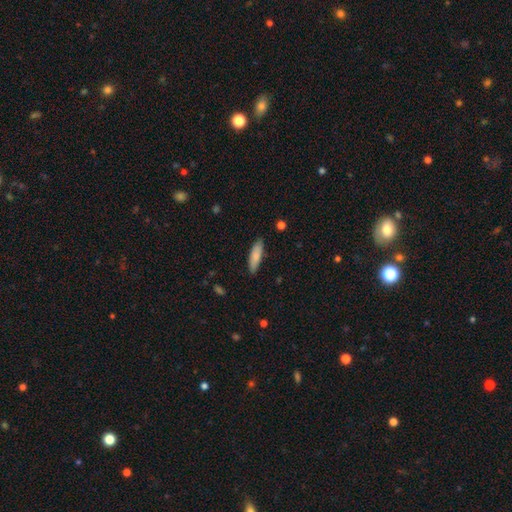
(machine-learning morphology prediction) Smooth or featured? smooth (84%)
How rounded? cigar-shaped (61%)
Merging? none (85%)